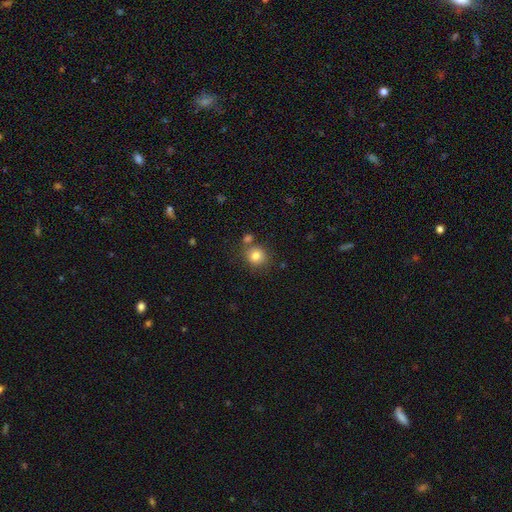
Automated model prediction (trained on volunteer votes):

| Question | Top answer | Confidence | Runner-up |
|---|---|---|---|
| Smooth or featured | smooth | 81% | star or artifact (11%) |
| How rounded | round | 86% | in between (14%) |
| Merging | none | 72% | merger (14%) |